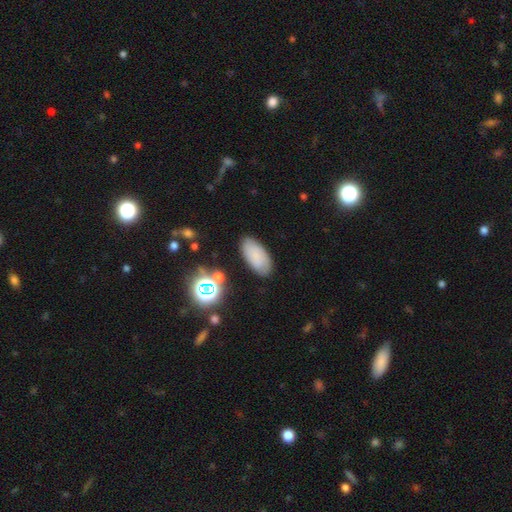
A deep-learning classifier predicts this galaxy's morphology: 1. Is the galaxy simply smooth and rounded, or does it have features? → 74% smooth, 14% featured or disk, 12% star or artifact.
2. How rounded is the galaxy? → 93% in between, 4% cigar-shaped, 3% round.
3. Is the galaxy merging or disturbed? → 82% none, 12% minor disturbance, 3% major disturbance, 3% merger.